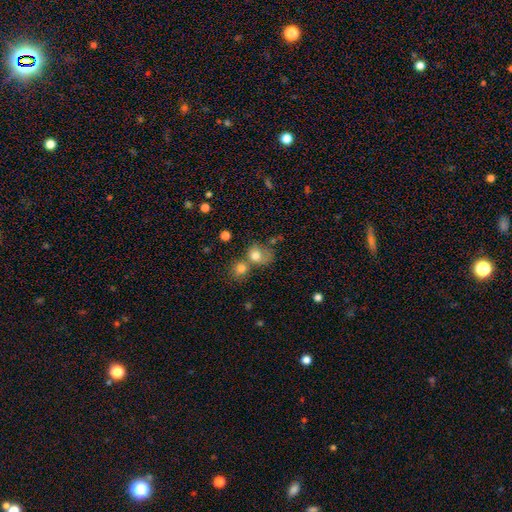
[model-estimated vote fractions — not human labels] smooth 76%, featured or disk 14%, star or artifact 10%. Down the decision tree: how rounded — round (63%); merging — merger (50%).